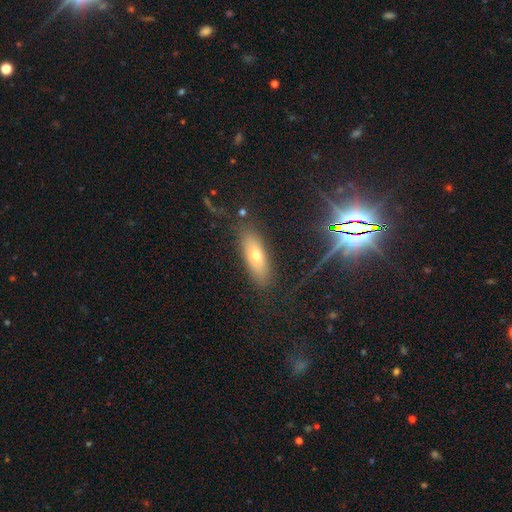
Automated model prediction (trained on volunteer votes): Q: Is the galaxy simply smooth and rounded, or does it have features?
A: smooth — 55%.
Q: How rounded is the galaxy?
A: in between — 59%.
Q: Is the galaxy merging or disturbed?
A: none — 82%.